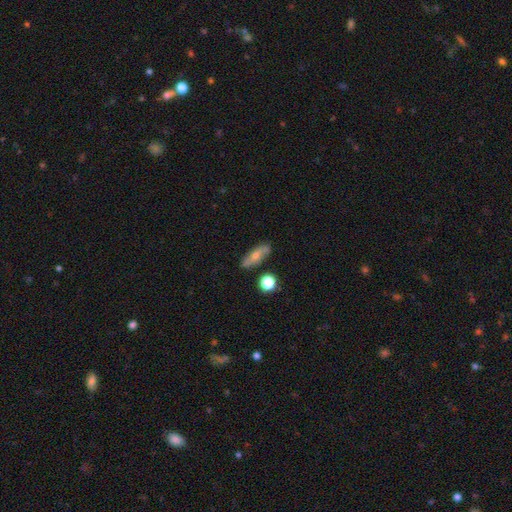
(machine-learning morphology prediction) Smooth or featured? Predicted: smooth (p=0.52). How rounded? Predicted: in between (p=0.52). Merging? Predicted: none (p=0.80).